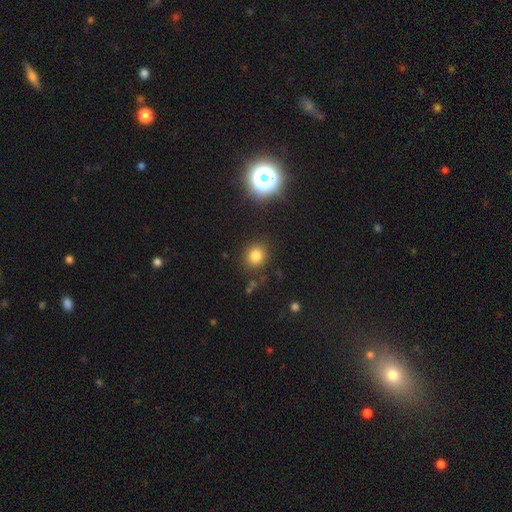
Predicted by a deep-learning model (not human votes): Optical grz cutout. It shows a smooth galaxy with no disk features (79%) that is round (78%). Merging: none (85%).